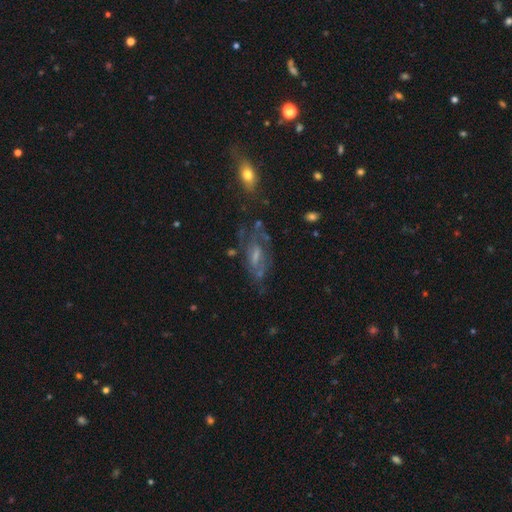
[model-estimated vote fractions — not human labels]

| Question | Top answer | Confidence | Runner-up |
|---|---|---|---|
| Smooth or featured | featured or disk | 63% | smooth (22%) |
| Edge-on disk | no | 88% | yes (12%) |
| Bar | no | 50% | weak (39%) |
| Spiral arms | yes | 61% | no (39%) |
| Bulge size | small | 41% | moderate (35%) |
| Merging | none | 57% | minor disturbance (21%) |